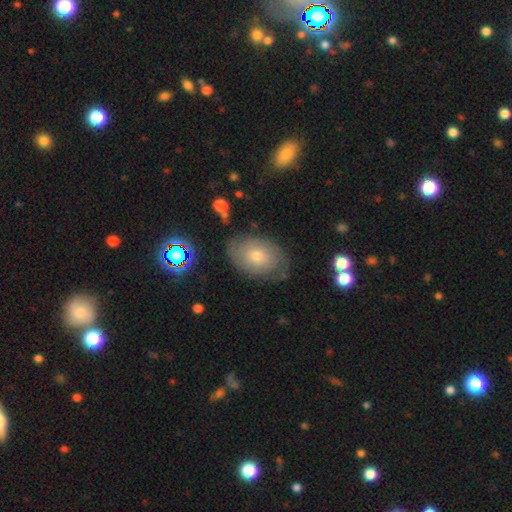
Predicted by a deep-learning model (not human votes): A featured or disk galaxy (49%).

Vote fractions:
- Smooth or featured? featured or disk: 49% / smooth: 37% / star or artifact: 14%
- Merging? none: 73% / minor disturbance: 18% / major disturbance: 7% / merger: 2%